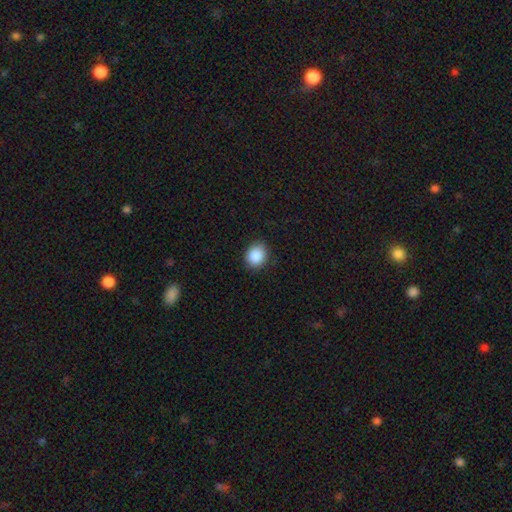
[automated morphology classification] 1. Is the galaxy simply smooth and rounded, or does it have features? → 88% smooth, 8% star or artifact, 3% featured or disk.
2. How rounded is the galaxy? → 63% round, 36% in between, 1% cigar-shaped.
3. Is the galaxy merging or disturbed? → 87% none, 10% minor disturbance, 2% major disturbance, 1% merger.